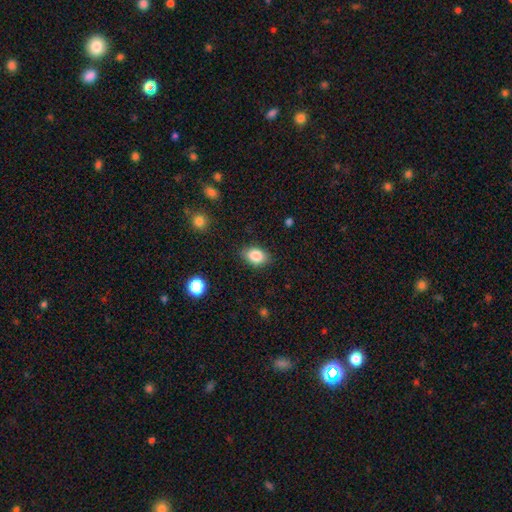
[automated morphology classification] The model was most divided on "how rounded": in between: 79%, round: 20%, cigar-shaped: 1%. More confident: smooth or featured — smooth (85%); merging — none (84%).